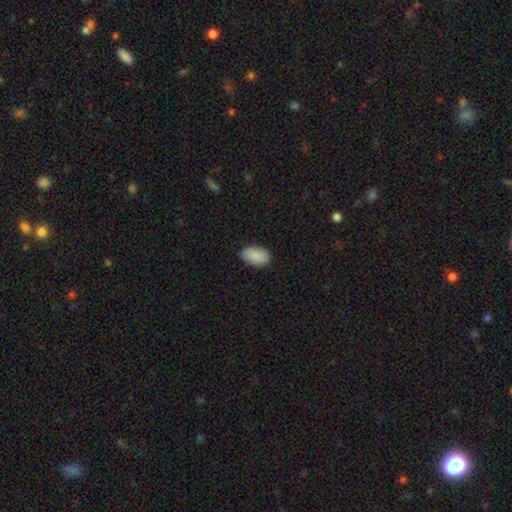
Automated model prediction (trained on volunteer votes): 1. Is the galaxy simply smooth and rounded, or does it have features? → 88% smooth, 6% star or artifact, 5% featured or disk.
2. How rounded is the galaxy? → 93% in between, 5% round, 2% cigar-shaped.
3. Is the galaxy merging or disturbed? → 85% none, 12% minor disturbance, 2% major disturbance, 1% merger.